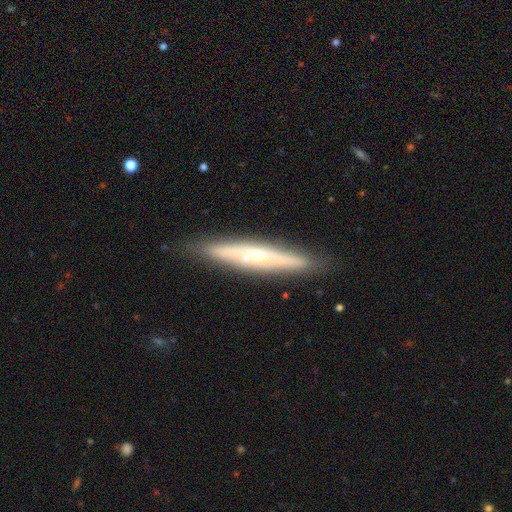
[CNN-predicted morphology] smooth-or-featured: featured or disk: 67% | smooth: 27% | star or artifact: 6%
  disk-edge-on: yes: 83% | no: 17%
    edge-on-bulge: rounded: 70% | none: 25% | boxy: 4%
  merging: none: 86% | minor disturbance: 11% | major disturbance: 2% | merger: 1%